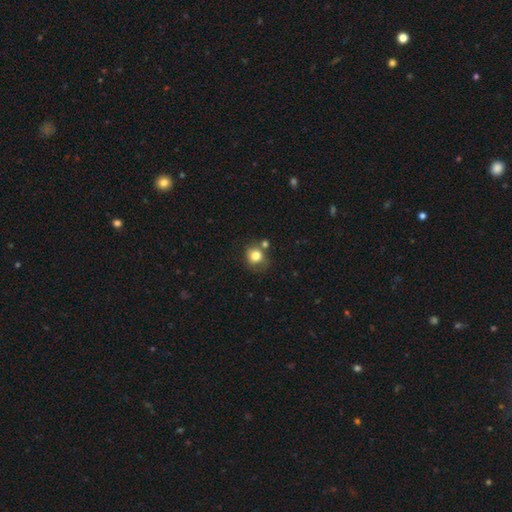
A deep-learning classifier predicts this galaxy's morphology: smooth 80%, star or artifact 11%, featured or disk 9%. Down the decision tree: how rounded — round (81%); merging — none (60%).